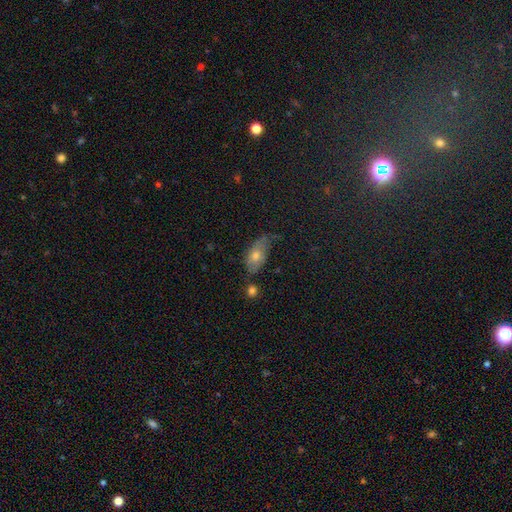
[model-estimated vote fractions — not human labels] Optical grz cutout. It shows a smooth galaxy with no disk features (55%) that is in between round and cigar-shaped (85%). Merging: none (43%).